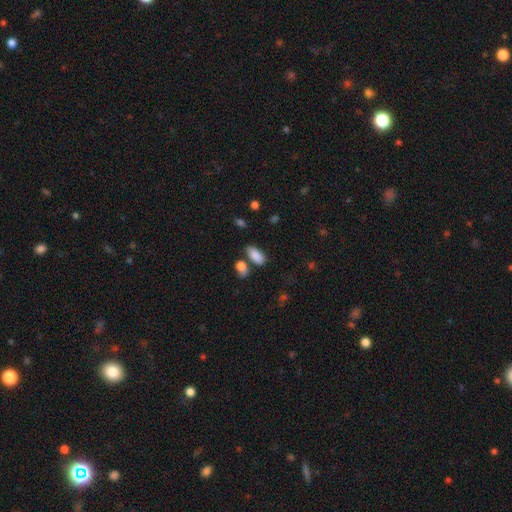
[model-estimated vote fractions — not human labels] smooth 86%, star or artifact 8%, featured or disk 6%. Down the decision tree: how rounded — in between (88%); merging — none (67%).